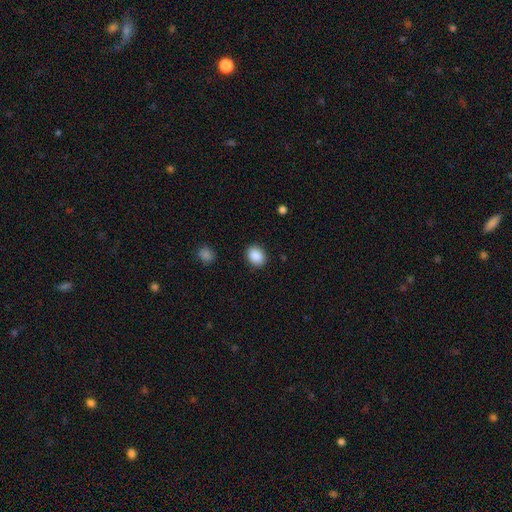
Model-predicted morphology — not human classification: Smooth or featured: smooth — 89% (star or artifact — 8%)
How rounded: in between — 55% (round — 44%)
Merging: none — 89% (minor disturbance — 7%)